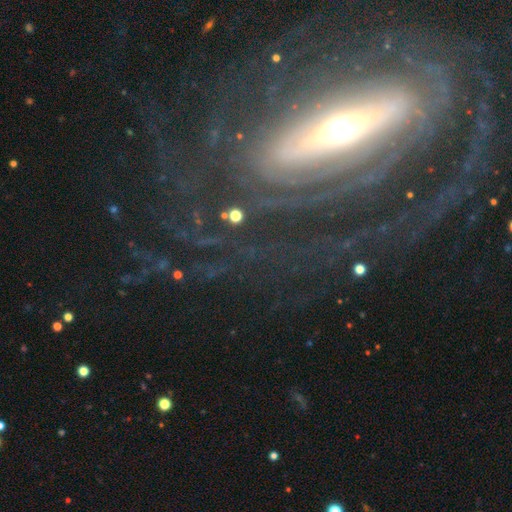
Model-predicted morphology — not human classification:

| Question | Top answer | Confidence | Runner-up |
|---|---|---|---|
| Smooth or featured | featured or disk | 84% | smooth (9%) |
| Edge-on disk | no | 76% | yes (24%) |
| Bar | strong | 57% | no (24%) |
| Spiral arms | yes | 77% | no (23%) |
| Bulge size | moderate | 53% | large (22%) |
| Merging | none | 70% | major disturbance (15%) |